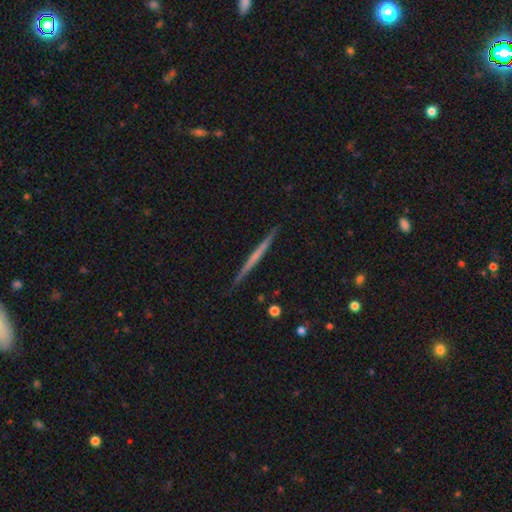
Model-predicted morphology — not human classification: This appears to be a featured or disk galaxy (59%) viewed edge-on (98%) with no central bulge (87%). Merging: none (91%).